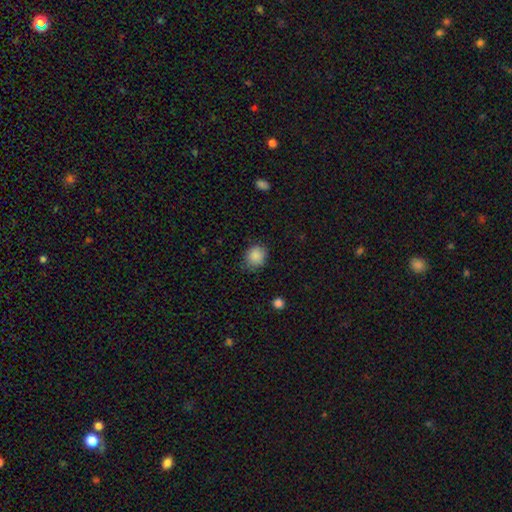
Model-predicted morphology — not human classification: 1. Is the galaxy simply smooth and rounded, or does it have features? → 88% smooth, 9% star or artifact, 4% featured or disk.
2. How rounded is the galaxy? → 70% round, 29% in between, 1% cigar-shaped.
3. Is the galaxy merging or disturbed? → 78% none, 17% minor disturbance, 4% major disturbance, 1% merger.